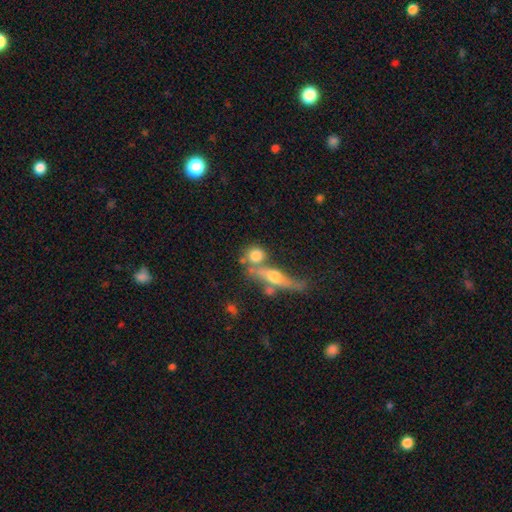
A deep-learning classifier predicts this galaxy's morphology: Overall: smooth (69%). How rounded: round (65%; in between 25%). Merging: none (46%; merger 35%).